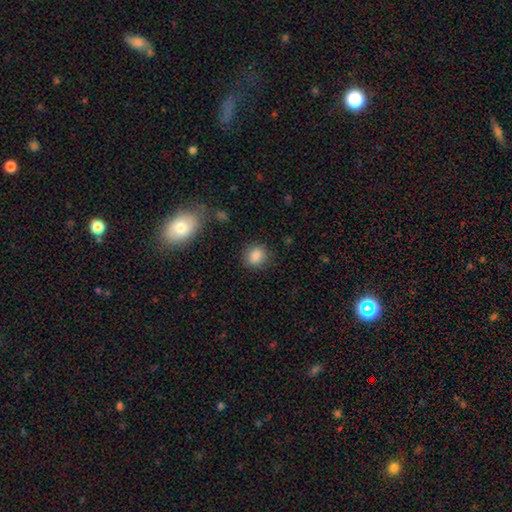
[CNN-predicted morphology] Smooth or featured?
  - smooth: 86% *
  - star or artifact: 10%
  - featured or disk: 5%
How rounded?
  - round: 71% *
  - in between: 28%
  - cigar-shaped: 1%
Merging?
  - none: 87% *
  - minor disturbance: 8%
  - major disturbance: 3%
  - merger: 2%